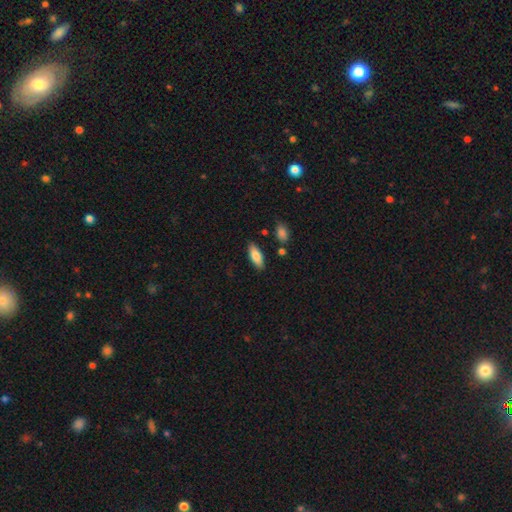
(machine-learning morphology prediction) Smooth or featured?
  - smooth: 81% *
  - featured or disk: 13%
  - star or artifact: 6%
How rounded?
  - in between: 76% *
  - cigar-shaped: 22%
  - round: 2%
Merging?
  - none: 84% *
  - minor disturbance: 11%
  - merger: 3%
  - major disturbance: 2%